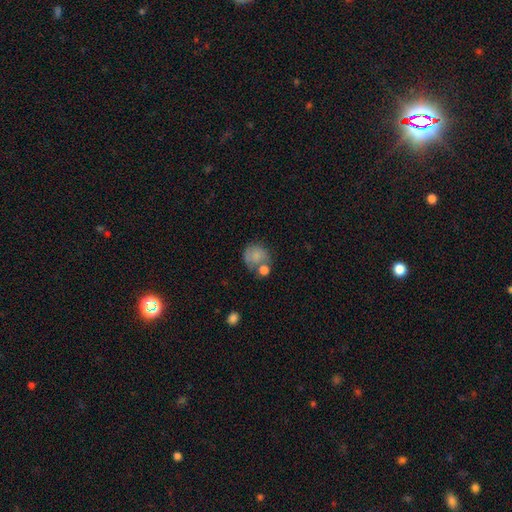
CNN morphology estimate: A smooth galaxy with no disk features (75%) that is round (79%).

Vote fractions:
- Smooth or featured? smooth: 75% / featured or disk: 17% / star or artifact: 9%
- How rounded? round: 79% / in between: 20% / cigar-shaped: 1%
- Merging? none: 42% / merger: 31% / minor disturbance: 18% / major disturbance: 10%